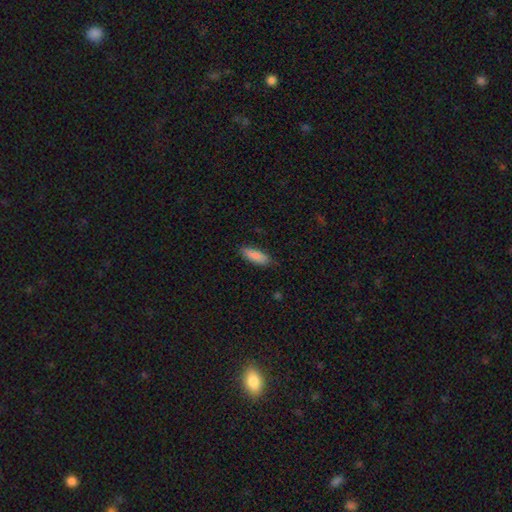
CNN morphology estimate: smooth_or_featured: smooth (p=0.83) [alt: featured or disk p=0.10]
how_rounded: in between (p=0.67) [alt: cigar-shaped p=0.31]
merging: none (p=0.80) [alt: minor disturbance p=0.16]